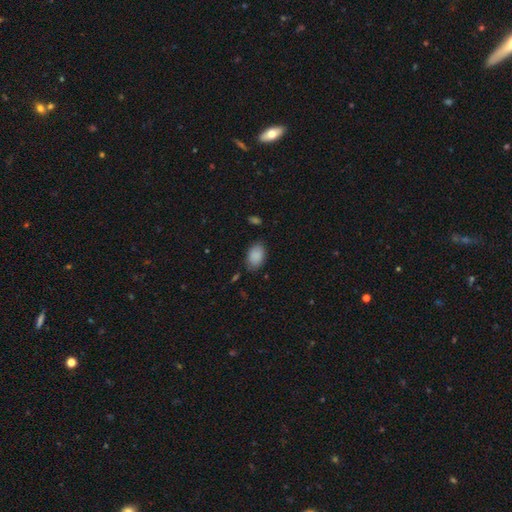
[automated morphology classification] The model was most divided on "merging": none: 80%, minor disturbance: 15%, major disturbance: 4%, merger: 2%. More confident: how rounded — in between (90%); smooth or featured — smooth (89%).